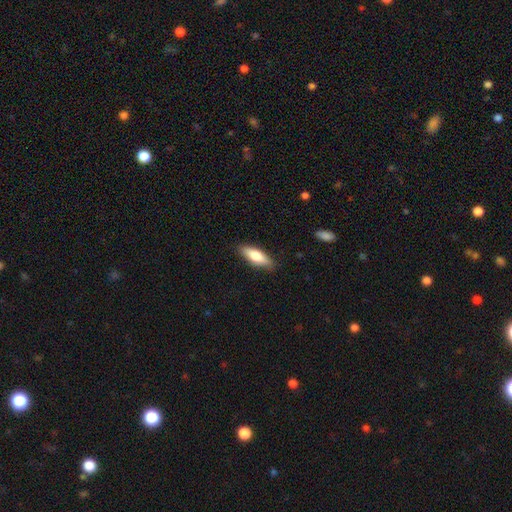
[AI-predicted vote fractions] smooth-or-featured: smooth: 76% | featured or disk: 18% | star or artifact: 6%
  how-rounded: in between: 60% | cigar-shaped: 38% | round: 2%
  merging: none: 86% | minor disturbance: 10% | major disturbance: 2% | merger: 1%